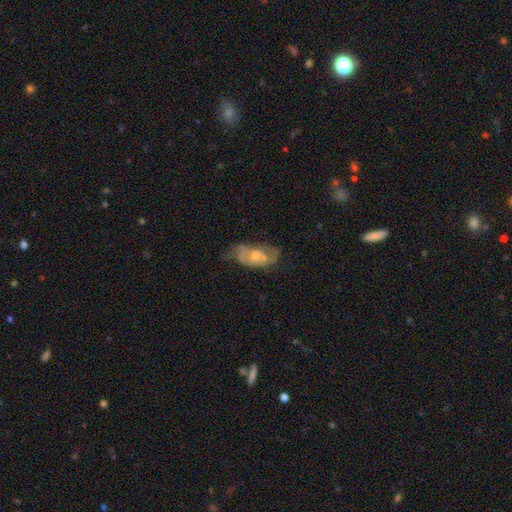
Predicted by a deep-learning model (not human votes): Smooth or featured?
  - featured or disk: 57% *
  - smooth: 34%
  - star or artifact: 9%
Edge-on disk?
  - no: 91% *
  - yes: 9%
Bar?
  - no: 75% *
  - weak: 21%
  - strong: 4%
Spiral arms?
  - yes: 59% *
  - no: 41%
Bulge size?
  - moderate: 46% *
  - small: 44%
  - none: 5%
  - large: 4%
  - dominant: 1%
Merging?
  - none: 51% *
  - minor disturbance: 29%
  - major disturbance: 17%
  - merger: 3%